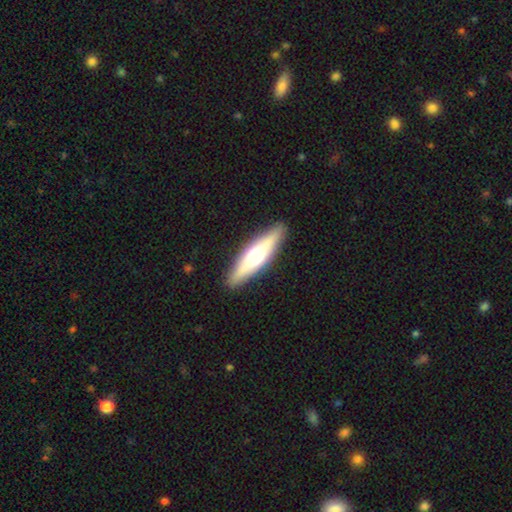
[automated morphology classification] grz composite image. It shows a featured or disk galaxy (50%) viewed edge-on (87%). Merging: none (89%).